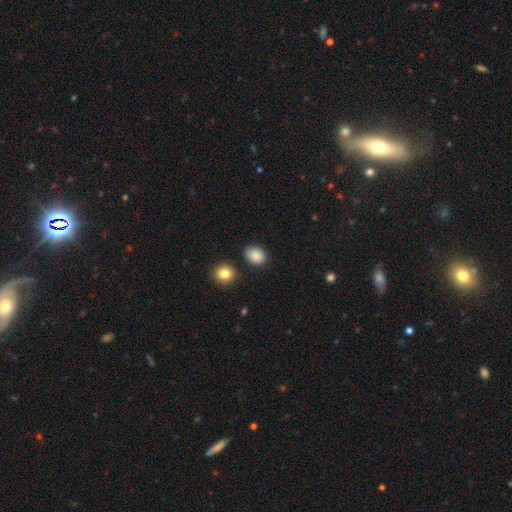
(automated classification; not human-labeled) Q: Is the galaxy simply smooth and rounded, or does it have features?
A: smooth — 86%.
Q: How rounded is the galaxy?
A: in between — 58%.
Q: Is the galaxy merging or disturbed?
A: none — 80%.